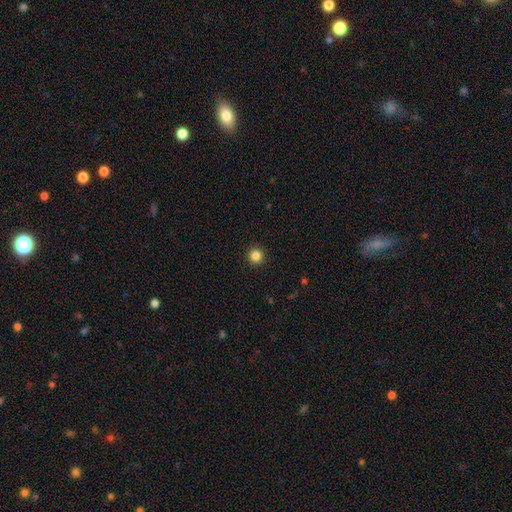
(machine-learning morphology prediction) A smooth galaxy with no disk features (85%) that is round (94%). Merging: none (93%).